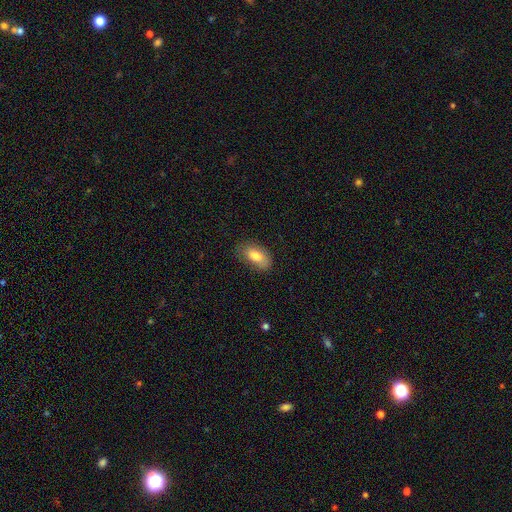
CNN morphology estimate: A smooth galaxy with no disk features (78%) that is in between round and cigar-shaped (91%). Merging: none (74%).